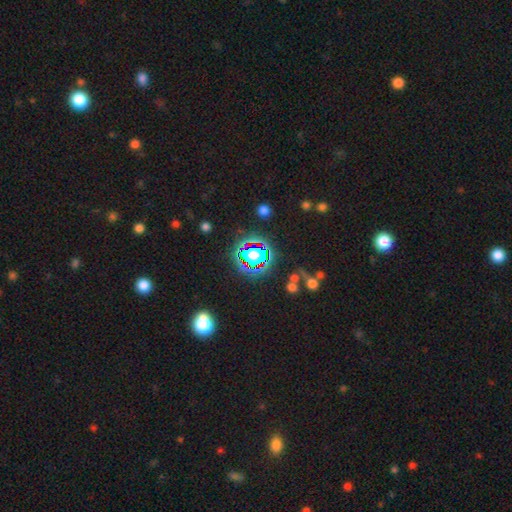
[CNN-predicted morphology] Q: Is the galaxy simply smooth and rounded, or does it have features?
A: star or artifact — 79%.